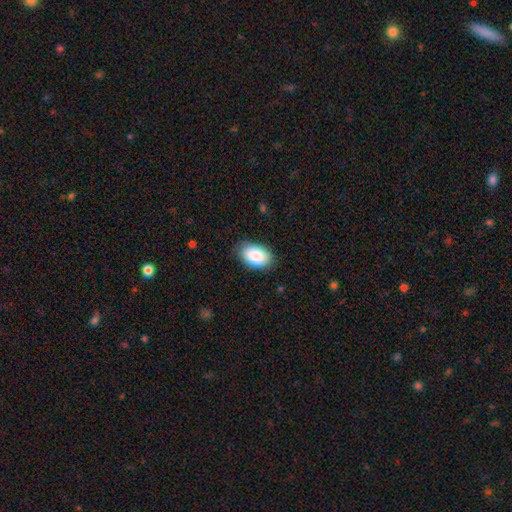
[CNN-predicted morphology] Overall: smooth (89%). How rounded: in between (92%). Merging: none (84%).